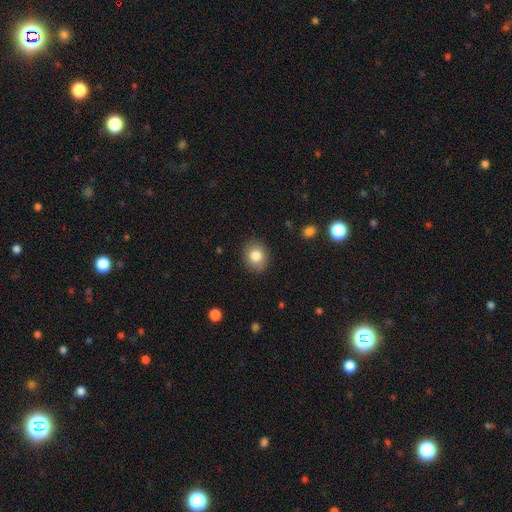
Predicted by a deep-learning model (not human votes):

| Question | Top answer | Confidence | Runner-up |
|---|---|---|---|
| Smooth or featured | smooth | 83% | star or artifact (9%) |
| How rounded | round | 62% | in between (37%) |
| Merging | none | 88% | minor disturbance (9%) |